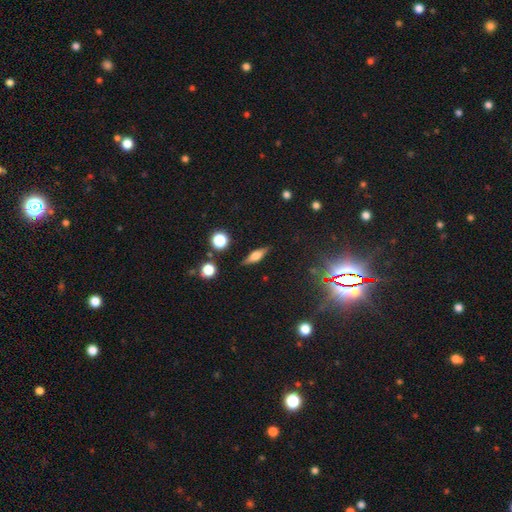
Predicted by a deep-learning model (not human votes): Overall: featured or disk (46%; smooth 44%). Merging: none (86%).